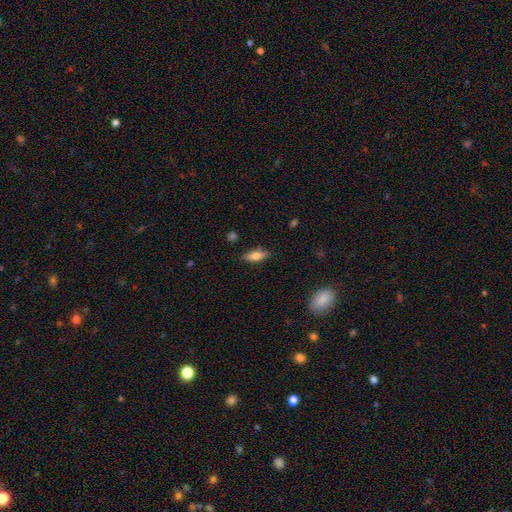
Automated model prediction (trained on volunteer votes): This appears to be a smooth galaxy with no disk features (65%) that is in between round and cigar-shaped (60%). Merging: none (82%).